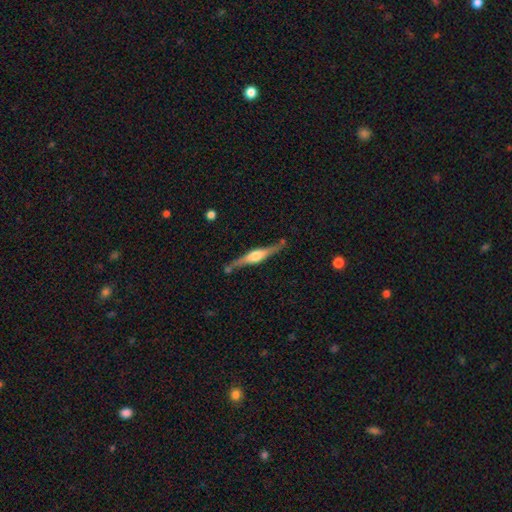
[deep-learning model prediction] A featured or disk galaxy (77%) viewed edge-on (97%) with a rounded central bulge (89%). Merging: none (77%).